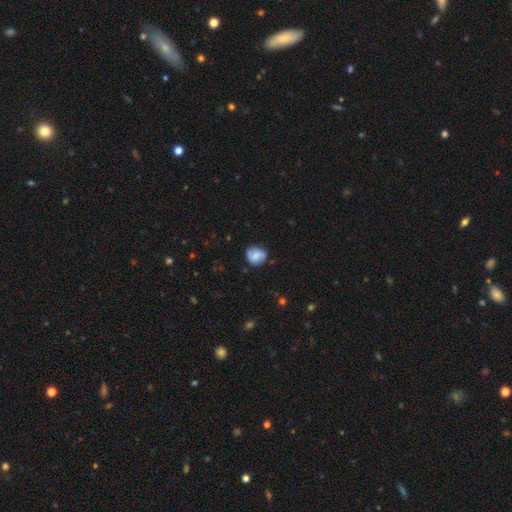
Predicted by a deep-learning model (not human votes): This appears to be a smooth galaxy with no disk features (61%) that is round (77%). Merging: none (70%).